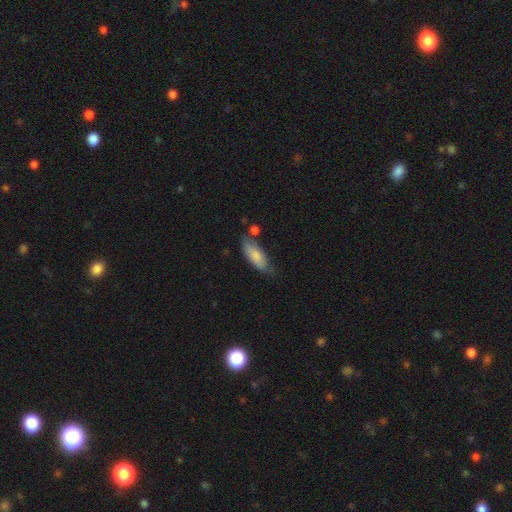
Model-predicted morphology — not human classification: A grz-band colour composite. It shows a smooth galaxy with no disk features (79%) that is in between round and cigar-shaped (71%). Merging: none (57%).